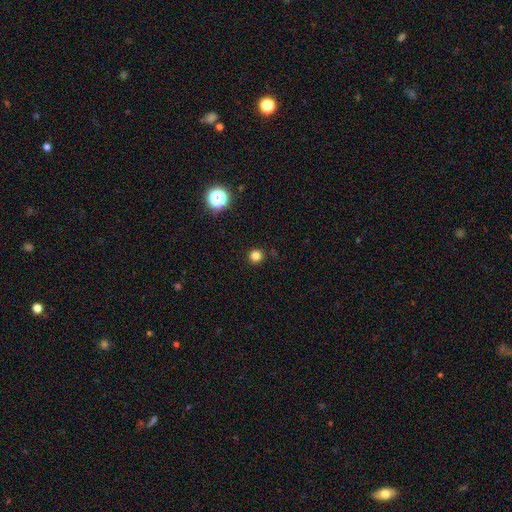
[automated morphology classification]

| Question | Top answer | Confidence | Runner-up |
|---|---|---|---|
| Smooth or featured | smooth | 81% | star or artifact (15%) |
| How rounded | round | 96% | in between (3%) |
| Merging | none | 92% | minor disturbance (5%) |